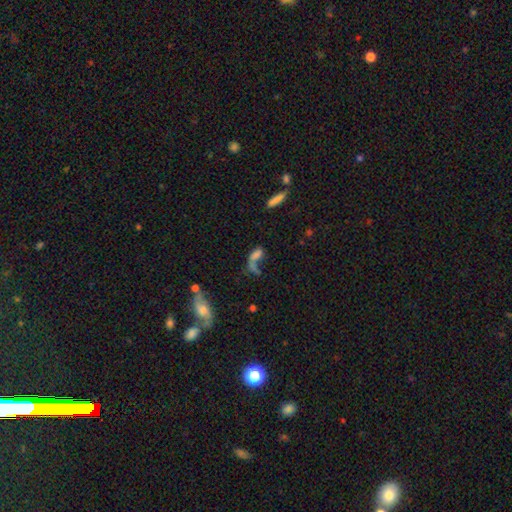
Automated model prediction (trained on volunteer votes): Smooth or featured? smooth (58%)
How rounded? in between (70%)
Merging? merger (37%)